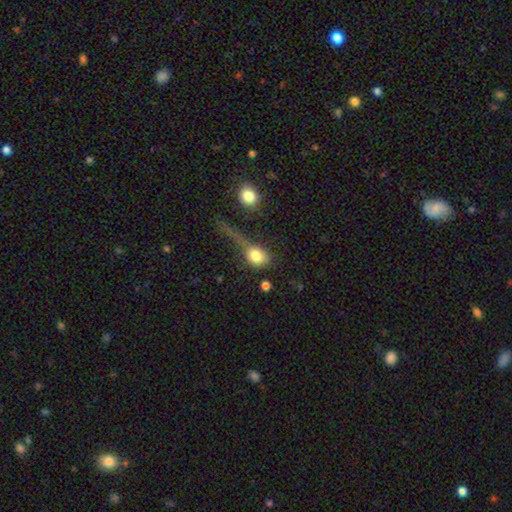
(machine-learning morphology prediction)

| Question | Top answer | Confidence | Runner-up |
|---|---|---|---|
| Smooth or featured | smooth | 78% | featured or disk (13%) |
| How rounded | in between | 50% | round (45%) |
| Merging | major disturbance | 33% | tied: none (33%) |